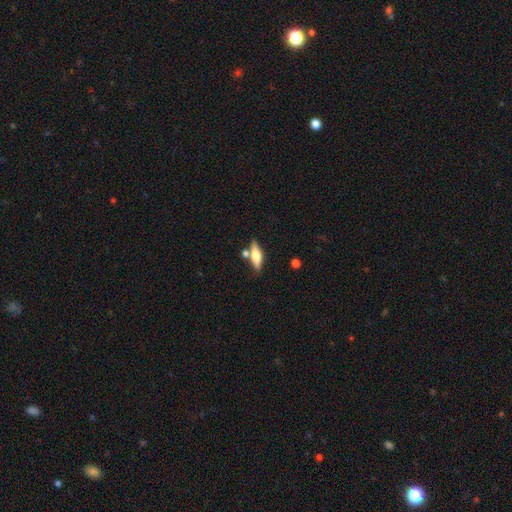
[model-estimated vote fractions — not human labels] This appears to be a featured or disk galaxy (47%). Merging: none (73%).